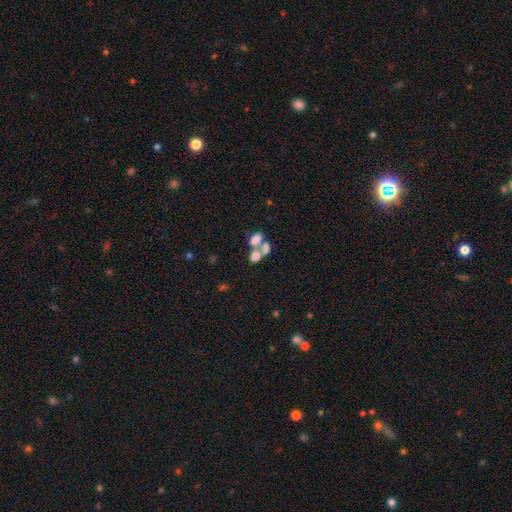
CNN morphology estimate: smooth_or_featured: smooth (p=0.65) [alt: featured or disk p=0.23]
how_rounded: in between (p=0.78) [alt: round p=0.20]
merging: merger (p=0.66) [alt: none p=0.21]